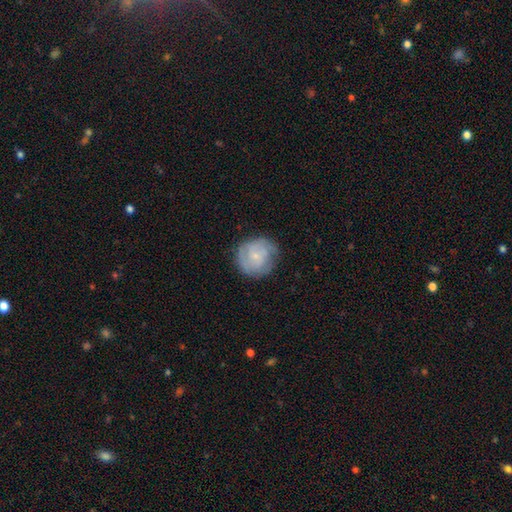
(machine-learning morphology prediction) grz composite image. It shows a featured or disk galaxy (54%) with no bar (71%), spiral arms (83%) and a small central bulge (75%). Merging: none (73%).